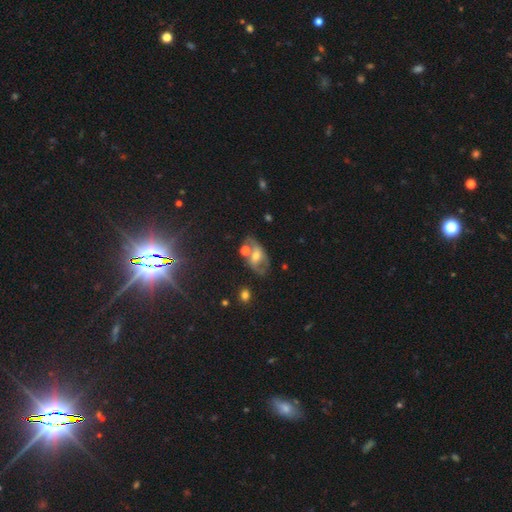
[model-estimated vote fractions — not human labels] smooth-or-featured: featured or disk: 54% | smooth: 34% | star or artifact: 12%
  disk-edge-on: no: 91% | yes: 9%
  merging: none: 51% | merger: 20% | minor disturbance: 19% | major disturbance: 10%